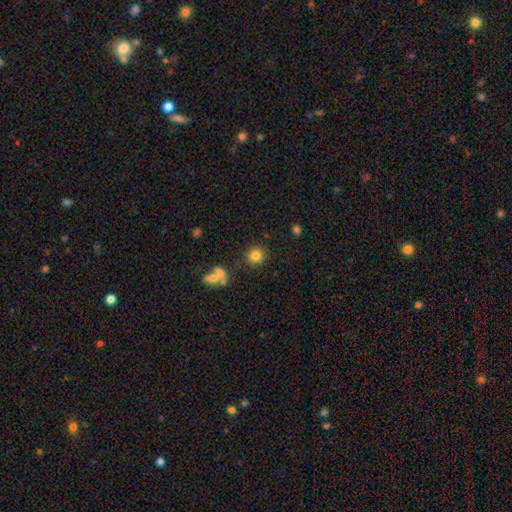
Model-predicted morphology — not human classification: Smooth or featured?
  - smooth: 81% *
  - star or artifact: 12%
  - featured or disk: 7%
How rounded?
  - round: 89% *
  - in between: 10%
  - cigar-shaped: 1%
Merging?
  - none: 83% *
  - minor disturbance: 9%
  - merger: 5%
  - major disturbance: 3%